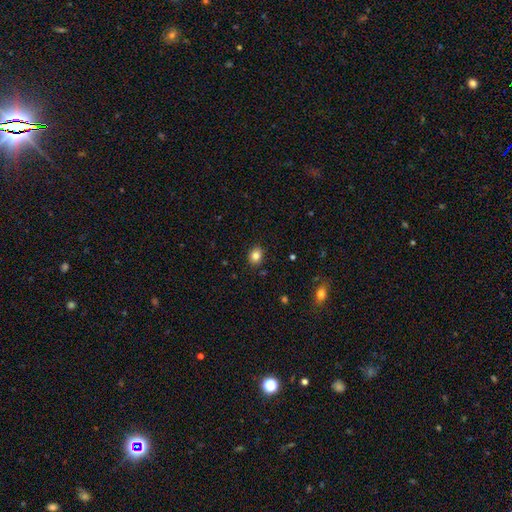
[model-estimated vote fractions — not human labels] Smooth or featured?
  - smooth: 84% *
  - star or artifact: 11%
  - featured or disk: 5%
How rounded?
  - round: 55% *
  - in between: 44%
  - cigar-shaped: 1%
Merging?
  - none: 88% *
  - minor disturbance: 9%
  - major disturbance: 2%
  - merger: 1%